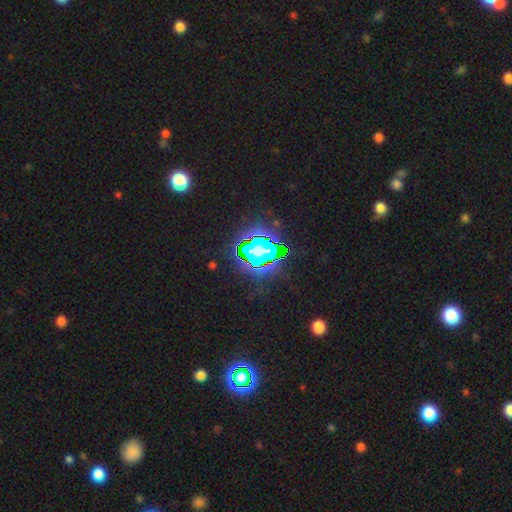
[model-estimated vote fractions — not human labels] Smooth or featured? star or artifact (81%)